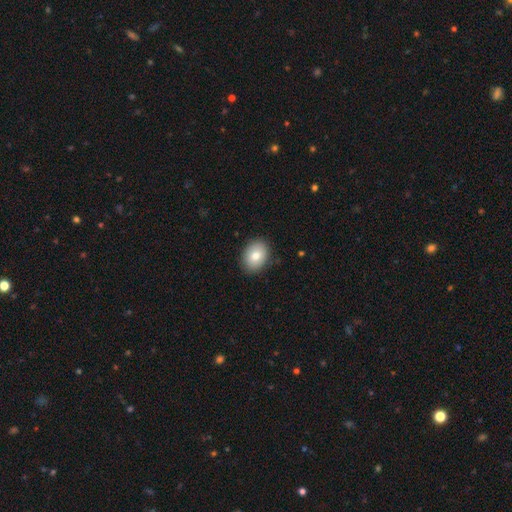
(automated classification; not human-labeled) Smooth or featured?
  - smooth: 80% *
  - featured or disk: 12%
  - star or artifact: 8%
How rounded?
  - in between: 65% *
  - round: 34%
  - cigar-shaped: 1%
Merging?
  - none: 88% *
  - minor disturbance: 9%
  - major disturbance: 2%
  - merger: 1%